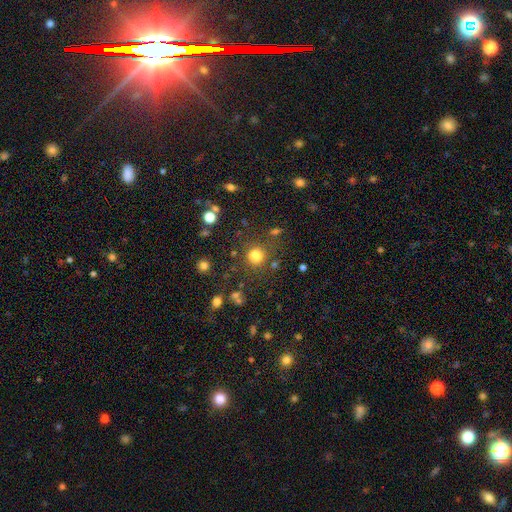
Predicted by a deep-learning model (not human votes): Q: Smooth or featured?
A: smooth (78%); runner-up: star or artifact (16%)
Q: How rounded?
A: round (85%); runner-up: in between (14%)
Q: Merging?
A: none (76%); runner-up: minor disturbance (11%)